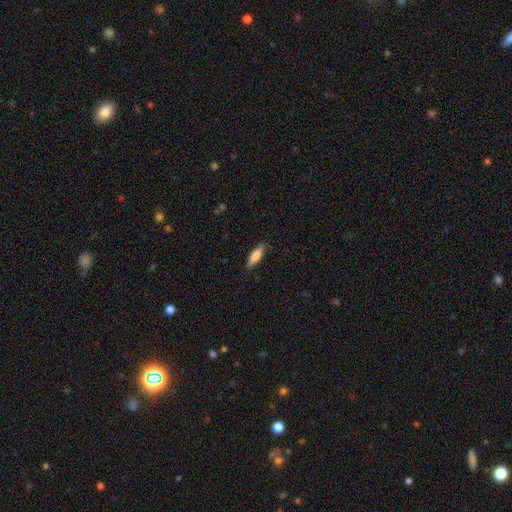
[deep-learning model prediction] A smooth galaxy with no disk features (78%) that is cigar-shaped (53%). Merging: none (86%).